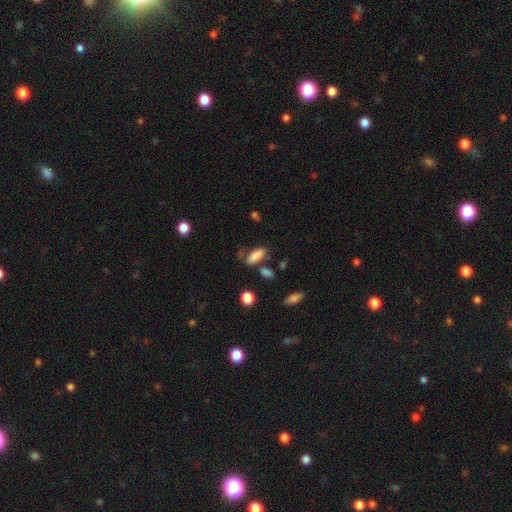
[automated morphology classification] The model was most divided on "merging": none: 63%, minor disturbance: 20%, merger: 9%, major disturbance: 8%. More confident: smooth or featured — smooth (83%); how rounded — in between (80%).